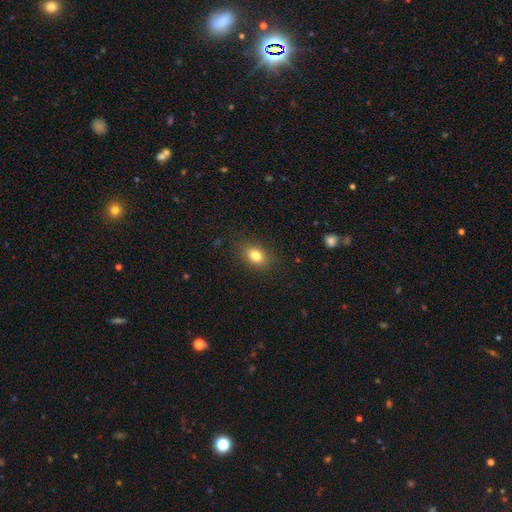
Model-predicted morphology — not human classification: The model was most divided on "how rounded": in between: 73%, round: 25%, cigar-shaped: 2%. More confident: merging — none (86%); smooth or featured — smooth (81%).